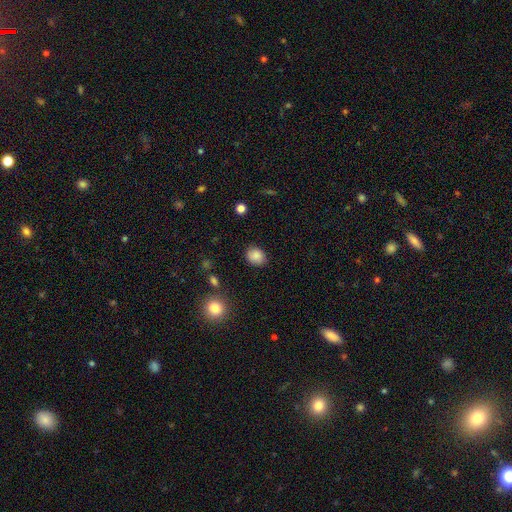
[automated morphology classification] Overall: smooth (86%). How rounded: round (58%; in between 41%). Merging: none (86%).